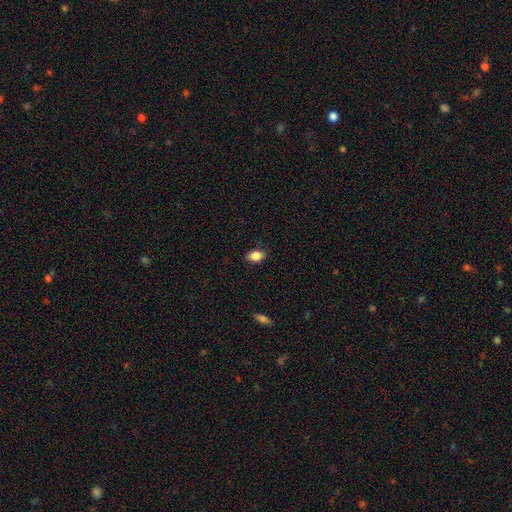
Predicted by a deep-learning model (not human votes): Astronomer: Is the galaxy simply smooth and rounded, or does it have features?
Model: smooth — 86%.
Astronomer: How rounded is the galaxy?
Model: in between — 83%.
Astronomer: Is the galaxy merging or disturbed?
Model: none — 85%.